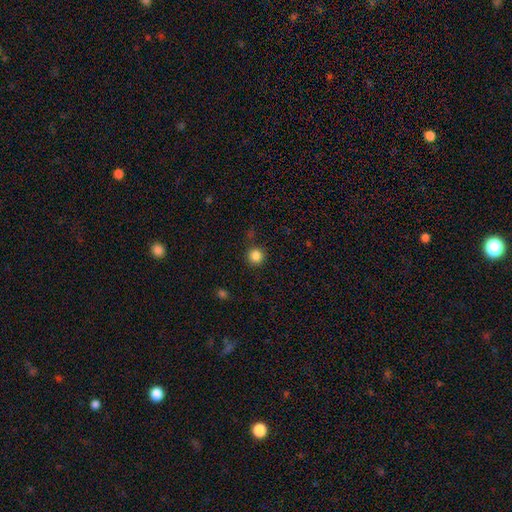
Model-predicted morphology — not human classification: Smooth or featured?
  - smooth: 85% *
  - star or artifact: 12%
  - featured or disk: 4%
How rounded?
  - round: 95% *
  - in between: 4%
  - cigar-shaped: 1%
Merging?
  - none: 87% *
  - minor disturbance: 8%
  - major disturbance: 3%
  - merger: 2%